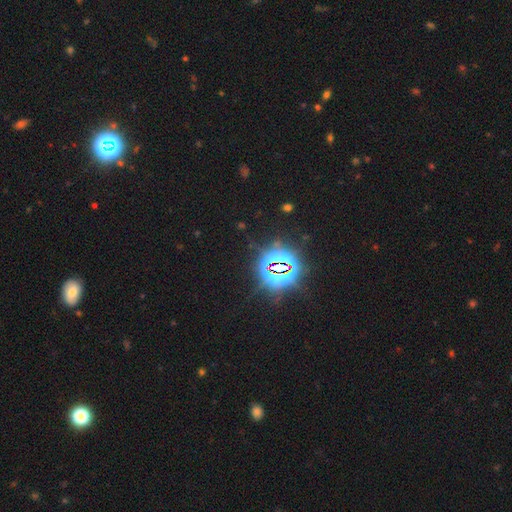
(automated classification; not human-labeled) smooth-or-featured: star or artifact: 84% | smooth: 11% | featured or disk: 6%